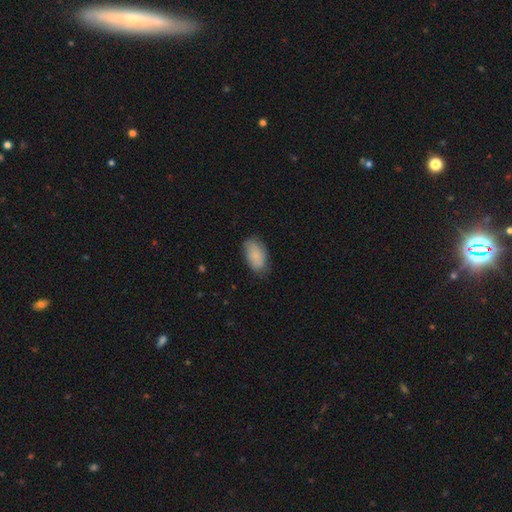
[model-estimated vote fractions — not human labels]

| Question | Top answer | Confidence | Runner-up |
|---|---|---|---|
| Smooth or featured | smooth | 84% | featured or disk (10%) |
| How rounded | in between | 93% | round (4%) |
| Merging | none | 75% | minor disturbance (20%) |